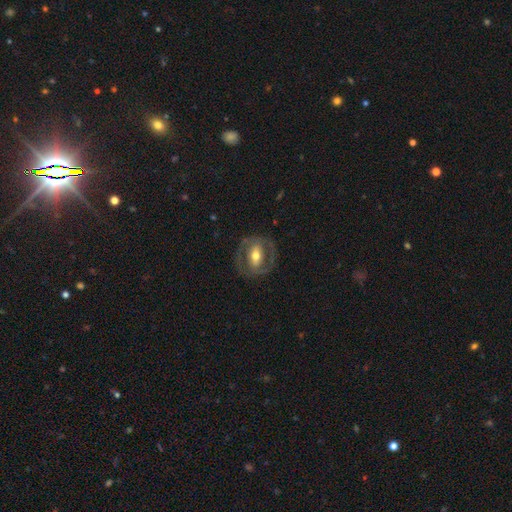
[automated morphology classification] Smooth or featured? featured or disk (67%)
Edge-on disk? no (93%)
Bar? strong (39%)
Spiral arms? no (54%)
Bulge size? moderate (69%)
Merging? none (76%)